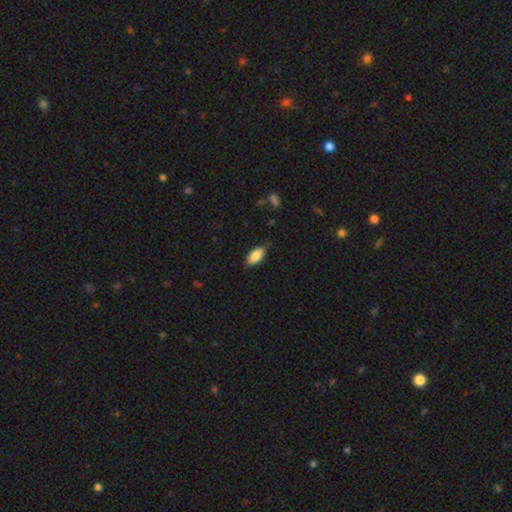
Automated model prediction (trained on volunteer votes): Morphology: type=smooth (85%); roundness=in between (90%); merging=none (75%).